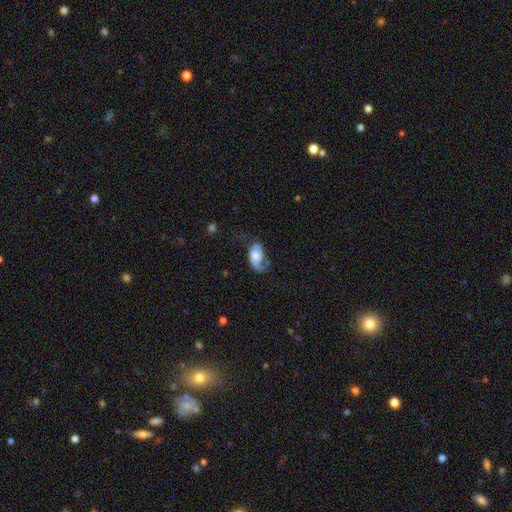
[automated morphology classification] This is possibly a featured or disk galaxy (59%). It is clearly not viewed edge-on (95%). Bar: likely no (65%). Spiral arm pattern: clearly yes (85%). Central bulge: marginally moderate (43%). Merging: marginally none (36%).